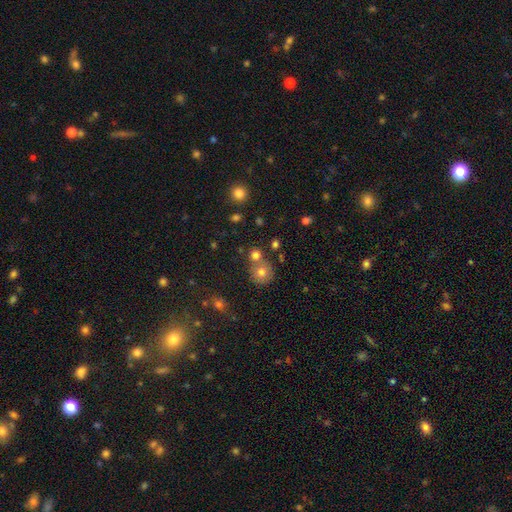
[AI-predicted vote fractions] Overall: smooth (74%). How rounded: round (87%). Merging: none (57%; merger 33%).